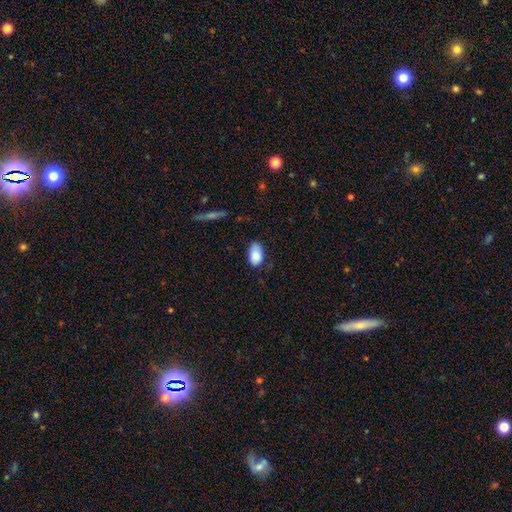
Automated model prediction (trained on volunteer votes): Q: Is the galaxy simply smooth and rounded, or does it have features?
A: smooth — 85%.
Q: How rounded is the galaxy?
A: in between — 93%.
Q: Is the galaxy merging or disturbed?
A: none — 65%.